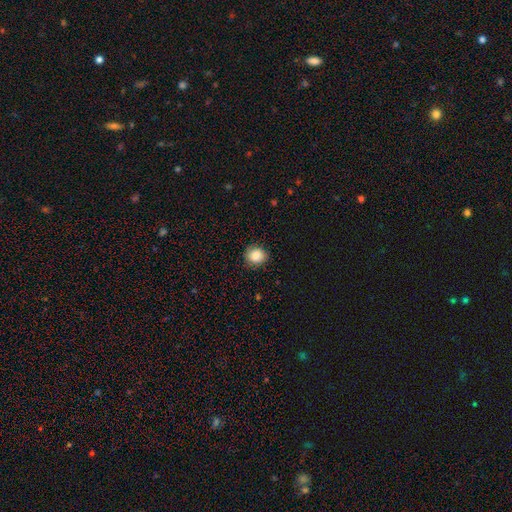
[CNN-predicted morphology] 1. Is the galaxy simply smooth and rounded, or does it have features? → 84% smooth, 9% star or artifact, 7% featured or disk.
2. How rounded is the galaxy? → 79% round, 20% in between, 1% cigar-shaped.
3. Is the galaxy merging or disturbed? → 84% none, 12% minor disturbance, 3% major disturbance, 1% merger.